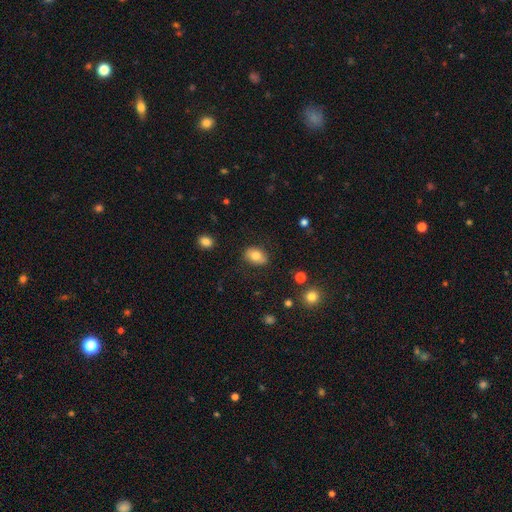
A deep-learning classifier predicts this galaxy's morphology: This is likely a smooth galaxy (78%). How rounded: likely in between (80%). Merging: clearly none (83%).